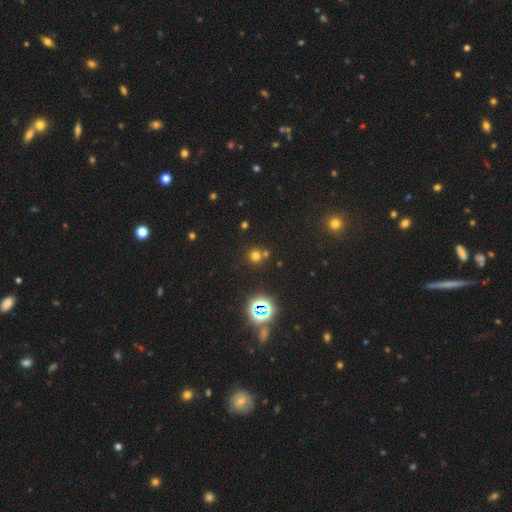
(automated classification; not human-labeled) The model was most divided on "smooth or featured": smooth: 59%, star or artifact: 33%, featured or disk: 8%. More confident: how rounded — round (92%); merging — none (69%).